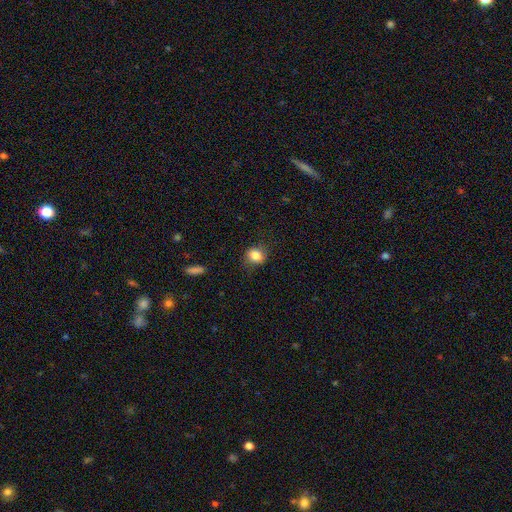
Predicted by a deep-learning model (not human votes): Smooth or featured?
  - smooth: 83% *
  - star or artifact: 10%
  - featured or disk: 7%
How rounded?
  - round: 56% *
  - in between: 43%
  - cigar-shaped: 1%
Merging?
  - none: 76% *
  - minor disturbance: 18%
  - major disturbance: 5%
  - merger: 1%